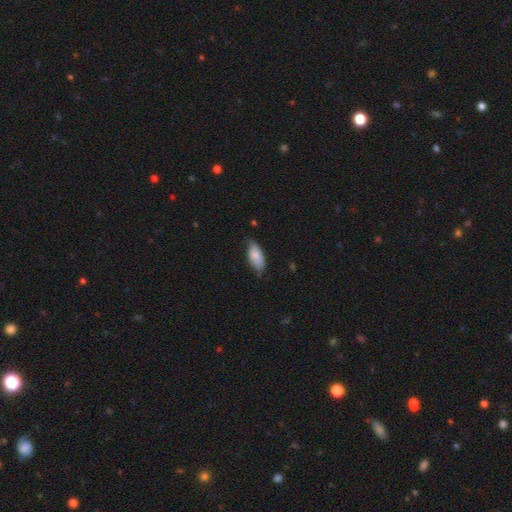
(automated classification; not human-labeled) Q: Smooth or featured?
A: smooth (85%); runner-up: featured or disk (8%)
Q: How rounded?
A: in between (87%); runner-up: cigar-shaped (11%)
Q: Merging?
A: none (62%); runner-up: minor disturbance (31%)